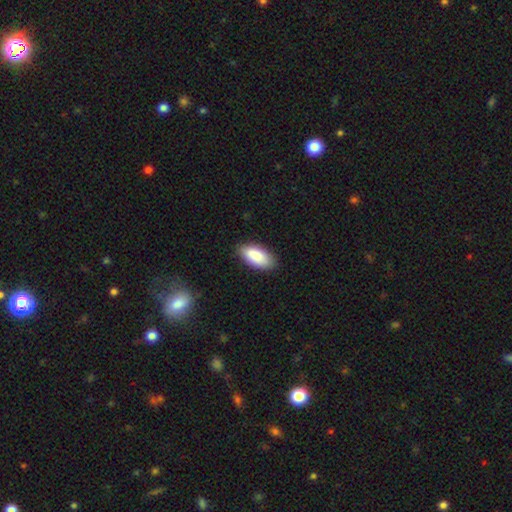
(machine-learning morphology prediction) A smooth galaxy with no disk features (88%) that is in between round and cigar-shaped (91%). Merging: none (85%).